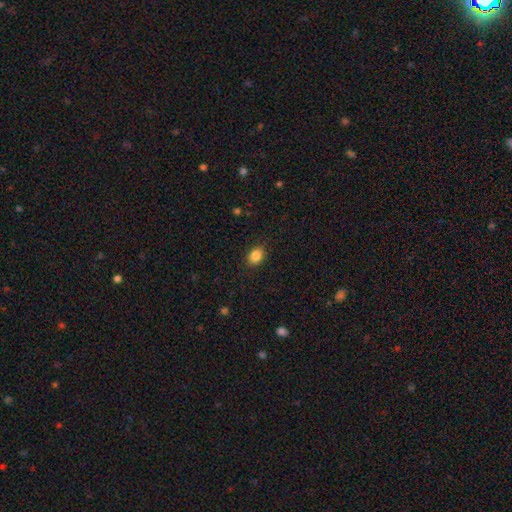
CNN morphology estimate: Q: Smooth or featured?
A: smooth (86%); runner-up: star or artifact (9%)
Q: How rounded?
A: in between (61%); runner-up: round (38%)
Q: Merging?
A: none (87%); runner-up: minor disturbance (10%)